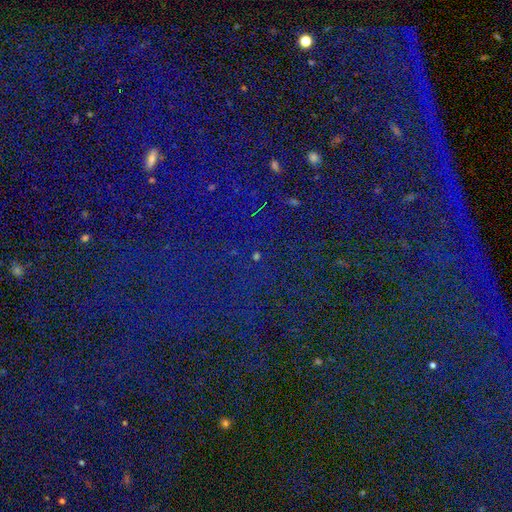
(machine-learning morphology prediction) Q: Smooth or featured?
A: star or artifact (83%); runner-up: smooth (9%)